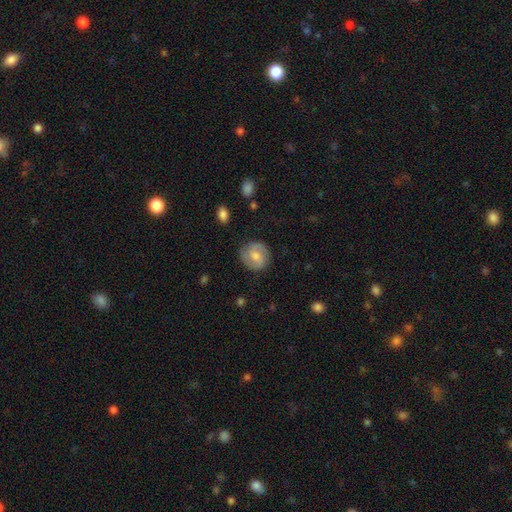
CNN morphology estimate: The model was most divided on "bar": weak: 49%, no: 38%, strong: 14%. More confident: edge-on disk — no (97%); spiral arms — yes (86%); merging — none (81%); bulge size — moderate (55%); smooth or featured — featured or disk (52%).